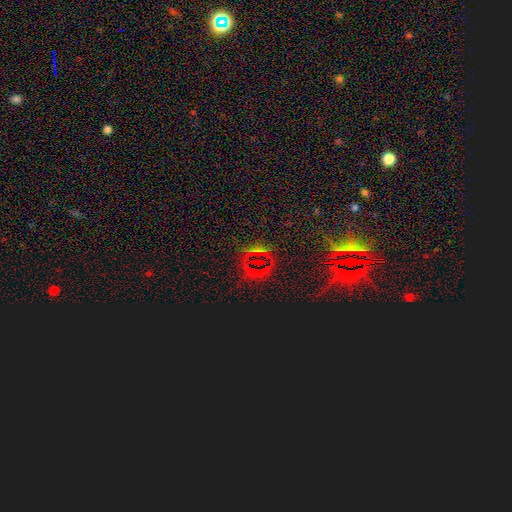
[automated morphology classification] A star or artifact, not a galaxy (76%).